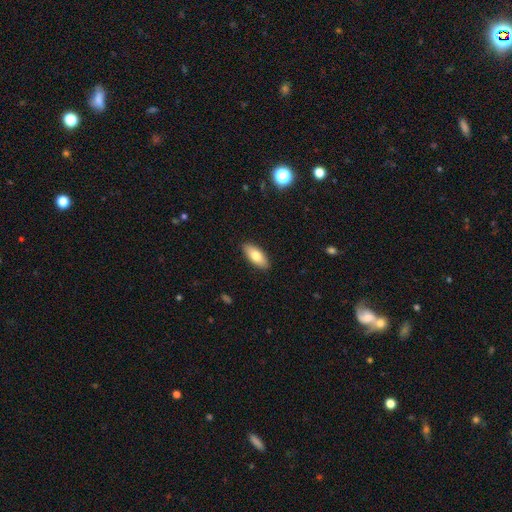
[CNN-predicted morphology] type=smooth (77%); roundness=in between (85%); merging=none (90%).